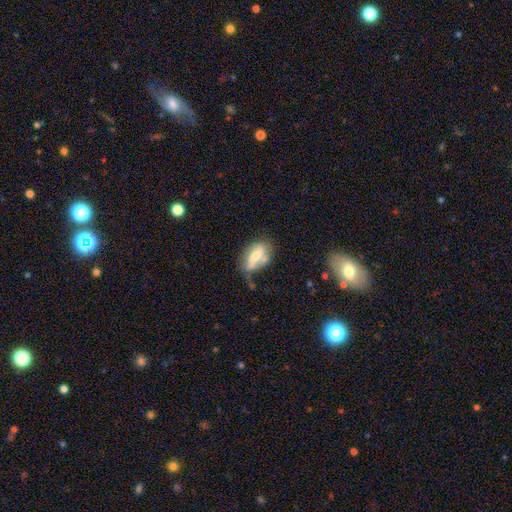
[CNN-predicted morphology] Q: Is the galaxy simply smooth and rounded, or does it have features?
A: featured or disk — 49%.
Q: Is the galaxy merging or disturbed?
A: none — 49%.